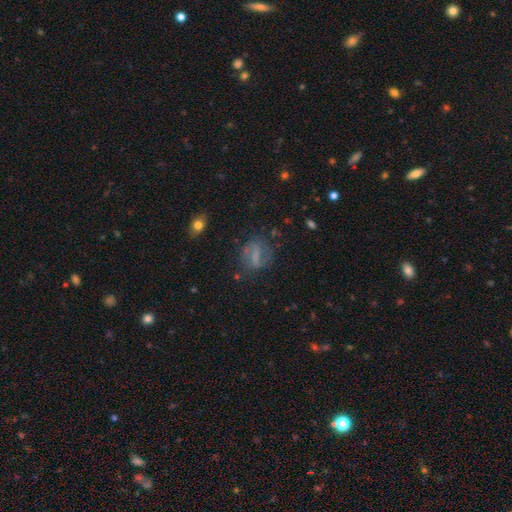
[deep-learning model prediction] A featured or disk galaxy (44%).

Vote fractions:
- Smooth or featured? featured or disk: 44% / smooth: 41% / star or artifact: 15%
- Merging? none: 63% / minor disturbance: 20% / major disturbance: 14% / merger: 3%